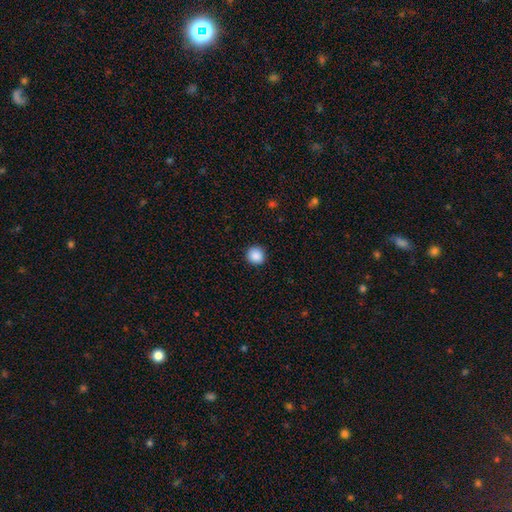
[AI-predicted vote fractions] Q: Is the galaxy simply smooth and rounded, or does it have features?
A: smooth — 89%.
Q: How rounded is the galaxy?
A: round — 93%.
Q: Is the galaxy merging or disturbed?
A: none — 92%.